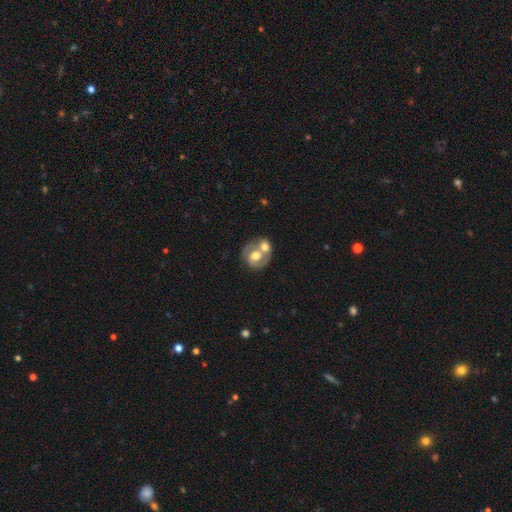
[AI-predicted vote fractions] smooth_or_featured: featured or disk (p=0.53) [alt: smooth p=0.40]
disk_edge_on: no (p=0.97) [alt: yes p=0.03]
bar: no (p=0.71) [alt: weak p=0.22]
has_spiral_arms: yes (p=0.54) [alt: no p=0.46]
bulge_size: moderate (p=0.63) [alt: large p=0.25]
merging: merger (p=0.57) [alt: none p=0.29]